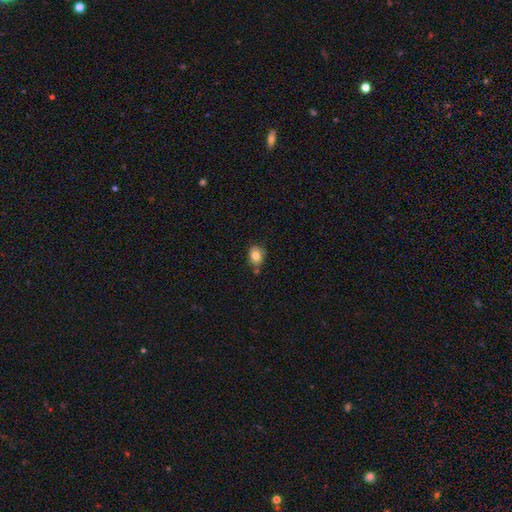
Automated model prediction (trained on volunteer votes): Overall: smooth (82%). How rounded: in between (59%; round 40%). Merging: none (69%).